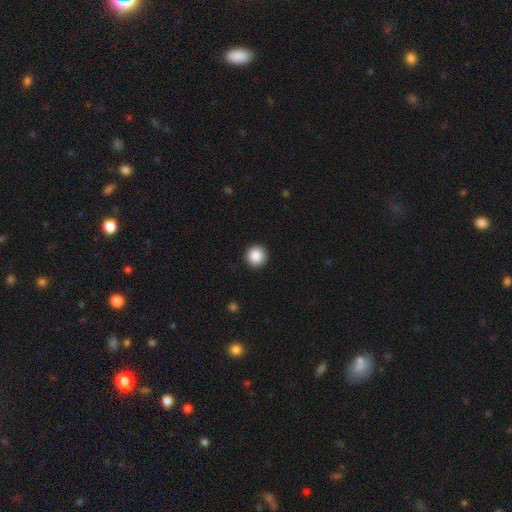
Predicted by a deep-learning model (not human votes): A smooth galaxy with no disk features (88%) that is round (96%).

Vote fractions:
- Smooth or featured? smooth: 88% / star or artifact: 9% / featured or disk: 3%
- How rounded? round: 96% / in between: 3% / cigar-shaped: 1%
- Merging? none: 93% / minor disturbance: 5% / major disturbance: 2% / merger: 1%